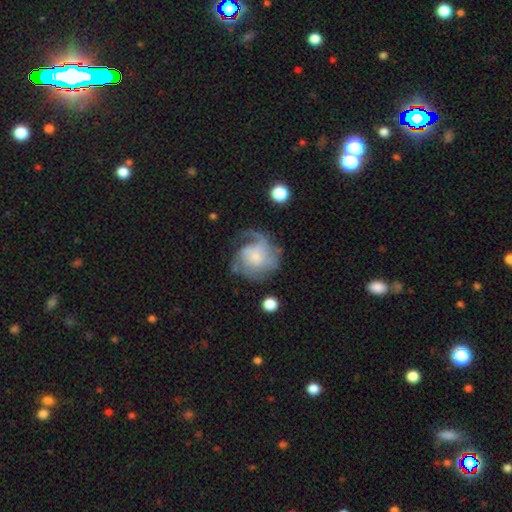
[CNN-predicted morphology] Overall: featured or disk (69%). Edge-on disk: no (98%). Bar: no (73%). Spiral arms: yes (87%). Spiral arm count: can't tell (26%; 1 24%). Spiral winding: medium (39%; loose 36%). Bulge size: small (50%; moderate 27%). Merging: none (44%; major disturbance 33%).